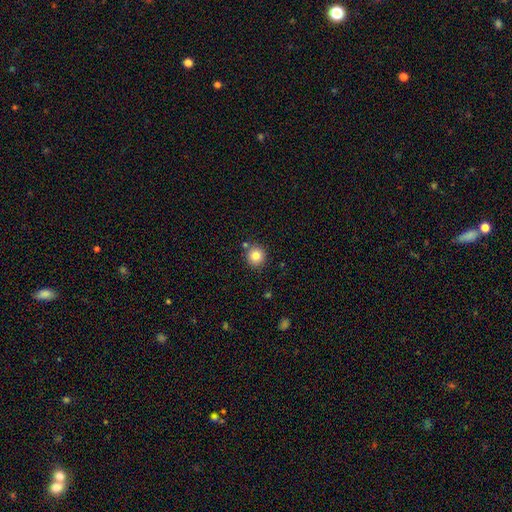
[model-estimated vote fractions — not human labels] Q: Smooth or featured?
A: smooth (82%); runner-up: star or artifact (11%)
Q: How rounded?
A: round (93%); runner-up: in between (6%)
Q: Merging?
A: none (84%); runner-up: minor disturbance (8%)